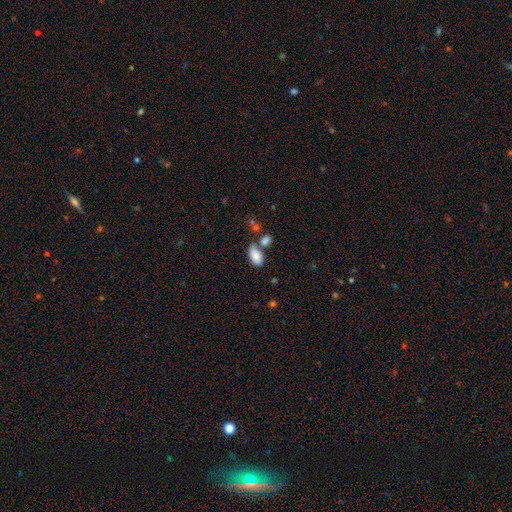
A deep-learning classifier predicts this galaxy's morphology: Smooth or featured? Predicted: smooth (p=0.84). How rounded? Predicted: in between (p=0.94). Merging? Predicted: none (p=0.50).